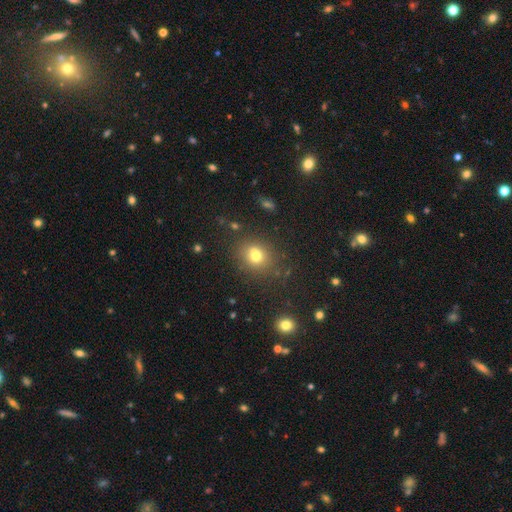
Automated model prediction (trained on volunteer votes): Q: Smooth or featured?
A: smooth (71%); runner-up: star or artifact (17%)
Q: How rounded?
A: round (69%); runner-up: in between (30%)
Q: Merging?
A: none (69%); runner-up: merger (14%)